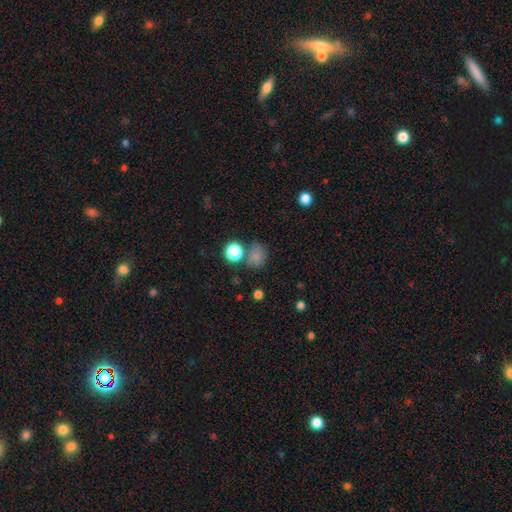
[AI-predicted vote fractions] smooth 75%, star or artifact 17%, featured or disk 7%. Down the decision tree: how rounded — round (68%); merging — none (61%).